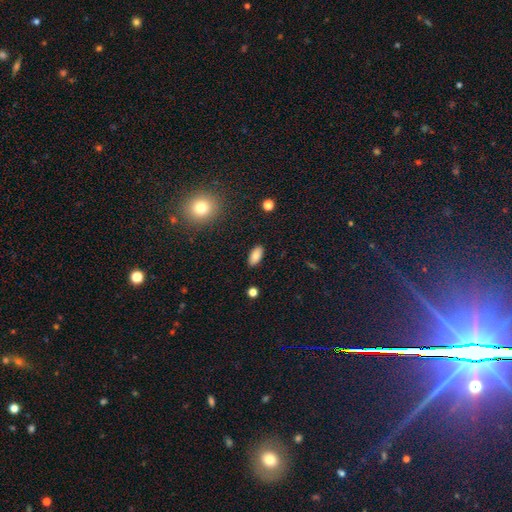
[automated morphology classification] A smooth galaxy with no disk features (84%) that is in between round and cigar-shaped (91%).

Vote fractions:
- Smooth or featured? smooth: 84% / star or artifact: 8% / featured or disk: 7%
- How rounded? in between: 91% / cigar-shaped: 6% / round: 3%
- Merging? none: 89% / minor disturbance: 8% / major disturbance: 2% / merger: 1%